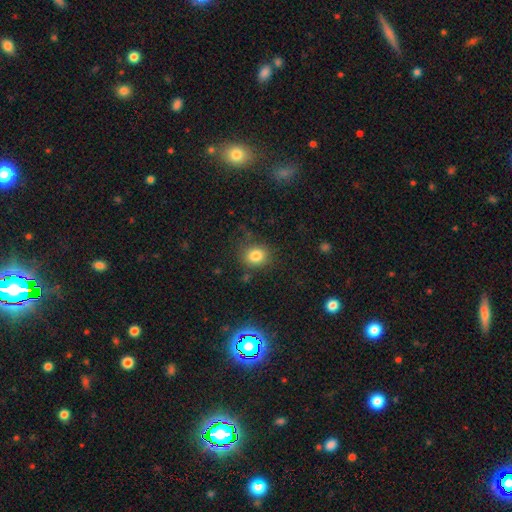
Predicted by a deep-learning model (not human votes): Morphology: type=smooth (82%); roundness=round (73%); merging=none (78%).